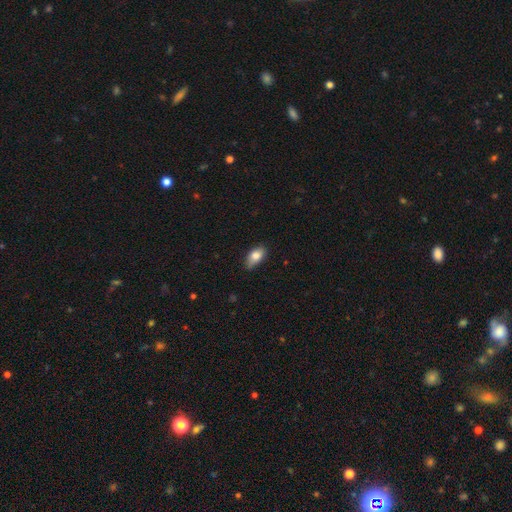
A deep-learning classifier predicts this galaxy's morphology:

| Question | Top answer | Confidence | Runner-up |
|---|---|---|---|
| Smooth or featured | smooth | 81% | featured or disk (11%) |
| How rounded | in between | 90% | round (5%) |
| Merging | none | 70% | minor disturbance (25%) |